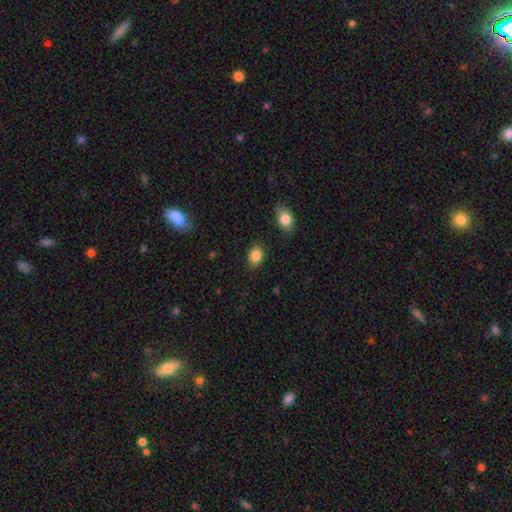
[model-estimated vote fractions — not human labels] smooth_or_featured: smooth (p=0.86) [alt: star or artifact p=0.09]
how_rounded: in between (p=0.66) [alt: round p=0.32]
merging: none (p=0.84) [alt: minor disturbance p=0.11]